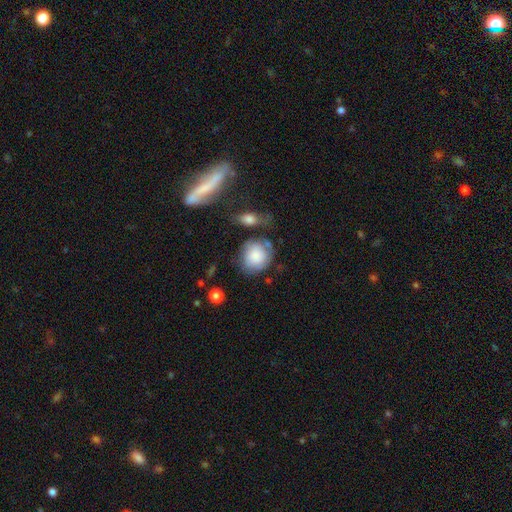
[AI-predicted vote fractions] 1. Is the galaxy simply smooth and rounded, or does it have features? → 77% smooth, 16% featured or disk, 7% star or artifact.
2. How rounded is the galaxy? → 76% round, 23% in between, 1% cigar-shaped.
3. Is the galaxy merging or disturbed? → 54% none, 24% minor disturbance, 11% major disturbance, 11% merger.